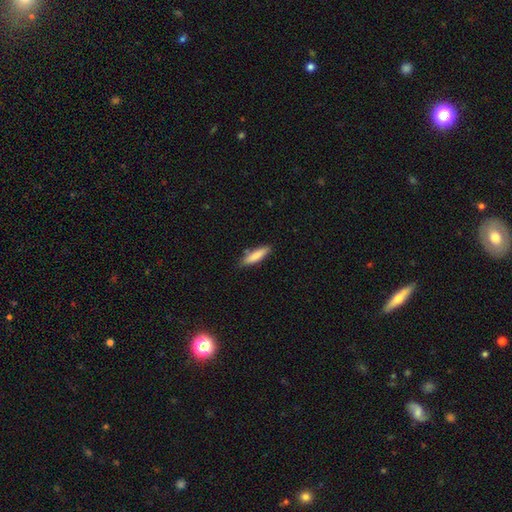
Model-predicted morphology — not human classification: The model was most divided on "how rounded": cigar-shaped: 73%, in between: 26%, round: 1%. More confident: smooth or featured — smooth (82%); merging — none (81%).